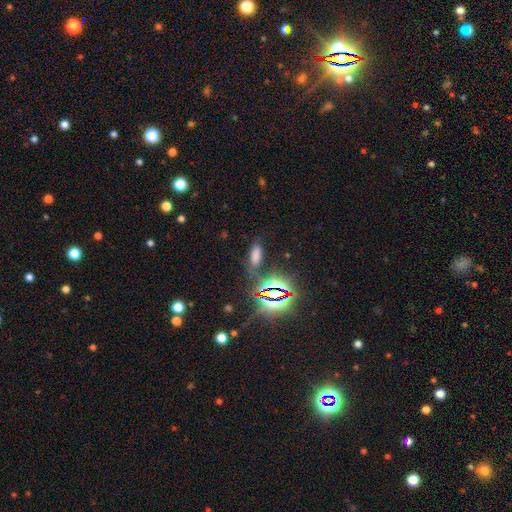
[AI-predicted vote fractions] Smooth or featured? Predicted: smooth (p=0.60). How rounded? Predicted: in between (p=0.73). Merging? Predicted: none (p=0.73).